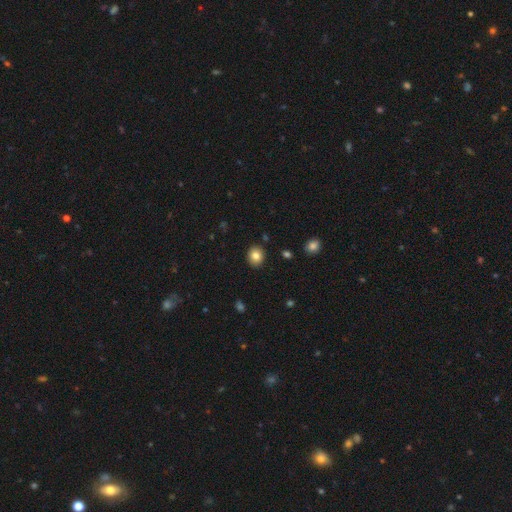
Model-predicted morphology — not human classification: Q: Smooth or featured?
A: smooth (83%); runner-up: star or artifact (10%)
Q: How rounded?
A: round (68%); runner-up: in between (31%)
Q: Merging?
A: none (89%); runner-up: minor disturbance (7%)